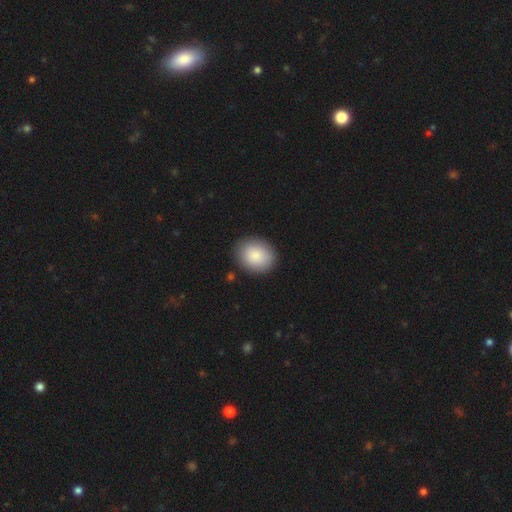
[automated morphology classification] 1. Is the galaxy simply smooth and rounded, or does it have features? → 87% smooth, 7% star or artifact, 6% featured or disk.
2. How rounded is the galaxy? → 54% round, 45% in between, 1% cigar-shaped.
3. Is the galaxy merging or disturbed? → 88% none, 8% minor disturbance, 2% major disturbance, 1% merger.